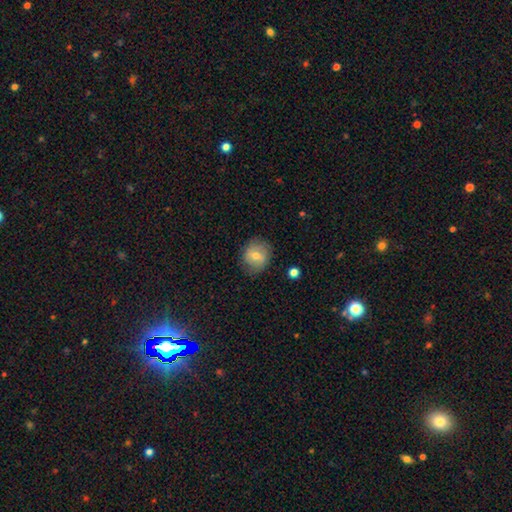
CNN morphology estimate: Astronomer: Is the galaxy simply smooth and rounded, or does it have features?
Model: smooth — 63%.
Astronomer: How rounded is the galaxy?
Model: round — 79%.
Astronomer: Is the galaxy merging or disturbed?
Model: none — 81%.